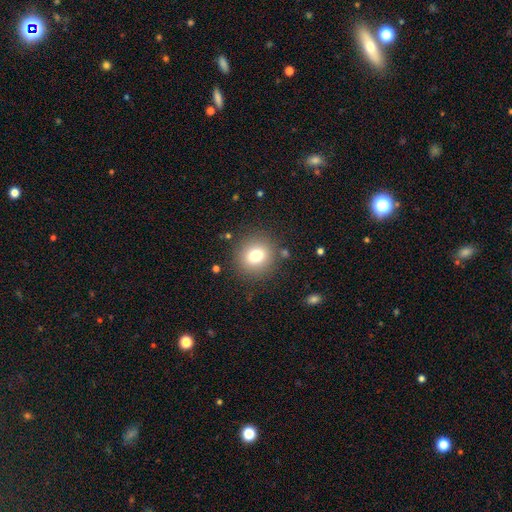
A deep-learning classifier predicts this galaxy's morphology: A smooth galaxy with no disk features (76%) that is round (85%).

Vote fractions:
- Smooth or featured? smooth: 76% / star or artifact: 12% / featured or disk: 11%
- How rounded? round: 85% / in between: 14% / cigar-shaped: 1%
- Merging? none: 85% / minor disturbance: 8% / major disturbance: 4% / merger: 2%